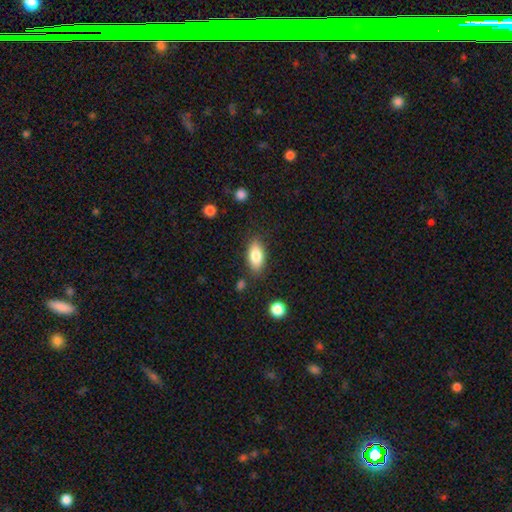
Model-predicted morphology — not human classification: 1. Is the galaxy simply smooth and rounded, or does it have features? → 81% smooth, 12% featured or disk, 7% star or artifact.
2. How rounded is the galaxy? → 87% in between, 10% cigar-shaped, 3% round.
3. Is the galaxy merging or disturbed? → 82% none, 12% minor disturbance, 3% major disturbance, 2% merger.